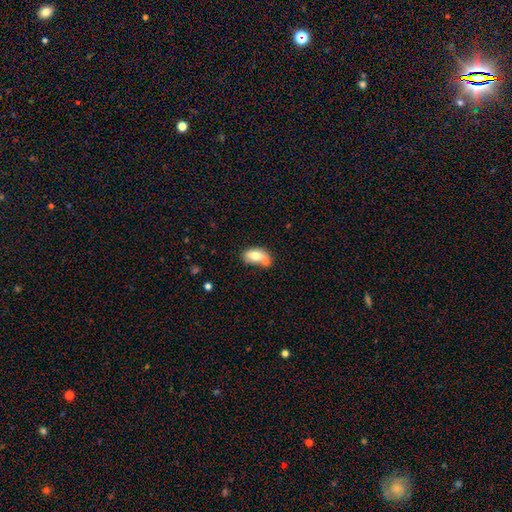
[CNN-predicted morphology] smooth_or_featured: smooth (p=0.70) [alt: featured or disk p=0.23]
how_rounded: in between (p=0.89) [alt: round p=0.07]
merging: none (p=0.35) [alt: merger p=0.32]